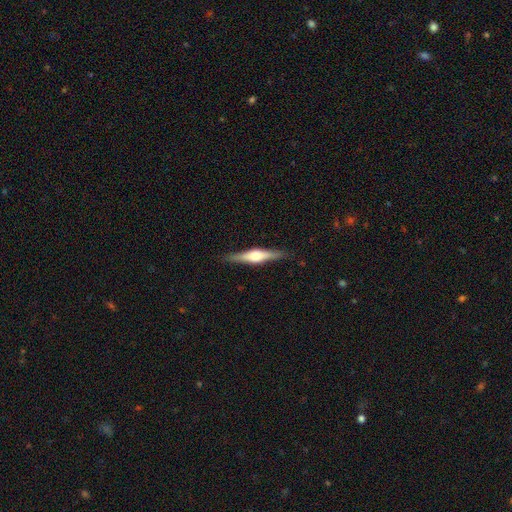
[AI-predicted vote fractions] smooth-or-featured: featured or disk: 68% | smooth: 26% | star or artifact: 5%
  disk-edge-on: yes: 97% | no: 3%
    edge-on-bulge: rounded: 86% | boxy: 11% | none: 3%
  merging: none: 89% | minor disturbance: 8% | major disturbance: 2% | merger: 1%